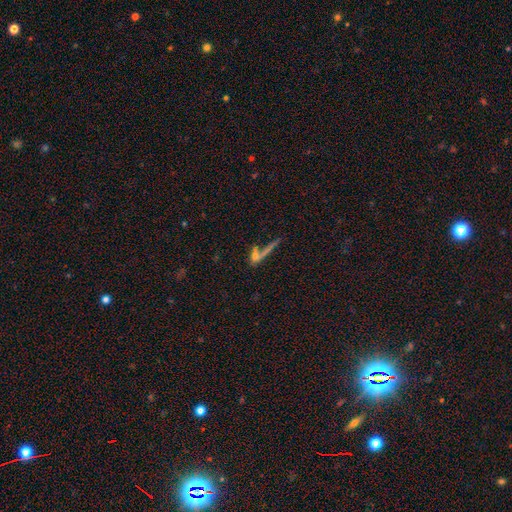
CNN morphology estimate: Smooth or featured: smooth — 39% (star or artifact — 31%)
Merging: none — 50% (merger — 29%)